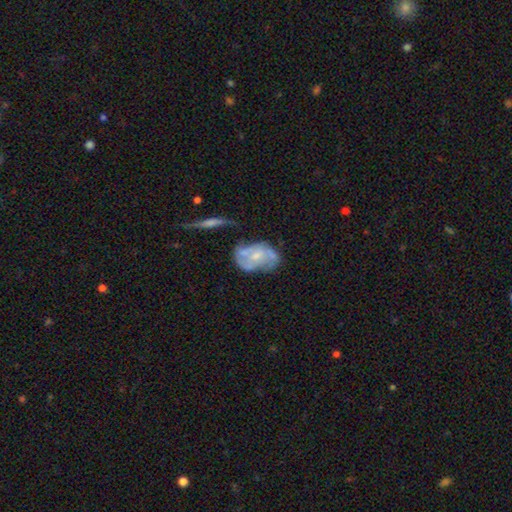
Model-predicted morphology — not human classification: type=featured or disk (62%); edge-on=no (95%); bar=no (73%); spiral arms=yes (56%); bulge=small (51%); merging=none (42%).